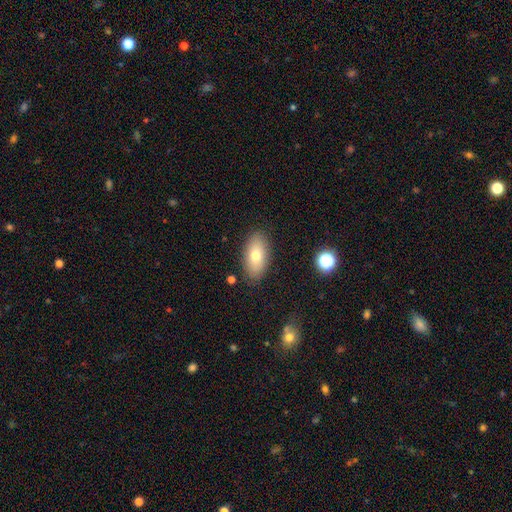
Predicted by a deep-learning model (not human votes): The model was most divided on "smooth or featured": smooth: 73%, featured or disk: 19%, star or artifact: 8%. More confident: how rounded — in between (89%); merging — none (86%).